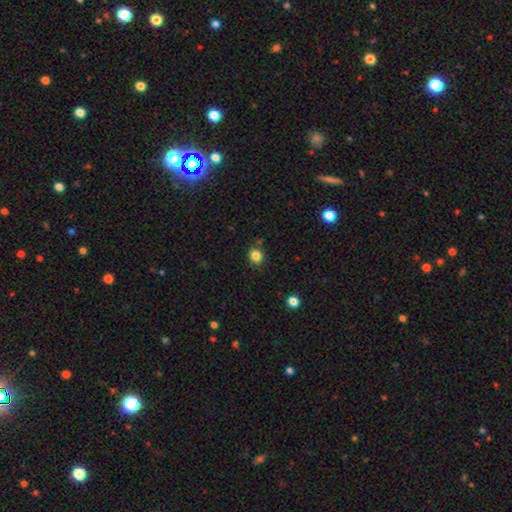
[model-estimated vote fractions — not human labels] Q: Smooth or featured?
A: smooth (83%); runner-up: star or artifact (12%)
Q: How rounded?
A: round (81%); runner-up: in between (19%)
Q: Merging?
A: none (84%); runner-up: minor disturbance (10%)